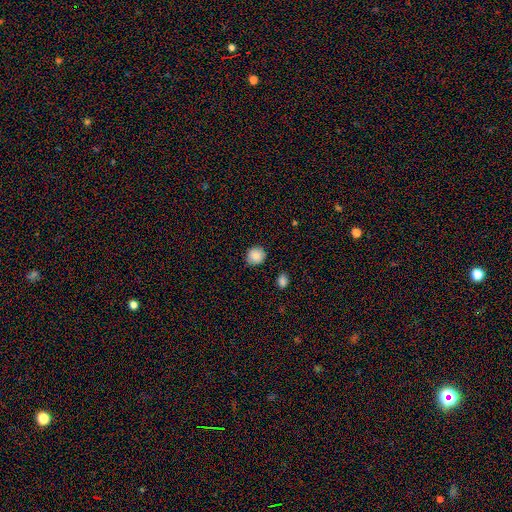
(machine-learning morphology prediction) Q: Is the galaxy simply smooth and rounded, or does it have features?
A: smooth — 88%.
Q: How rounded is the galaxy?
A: round — 89%.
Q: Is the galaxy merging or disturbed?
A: none — 87%.